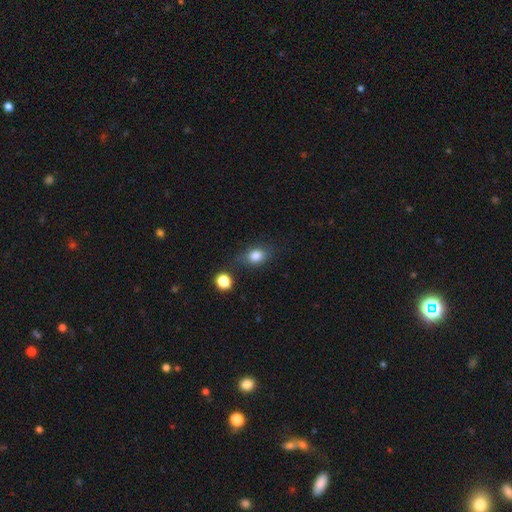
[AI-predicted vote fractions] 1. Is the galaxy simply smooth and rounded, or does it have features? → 82% smooth, 11% star or artifact, 7% featured or disk.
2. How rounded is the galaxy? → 56% in between, 42% round, 2% cigar-shaped.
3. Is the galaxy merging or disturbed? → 67% none, 19% minor disturbance, 7% merger, 6% major disturbance.